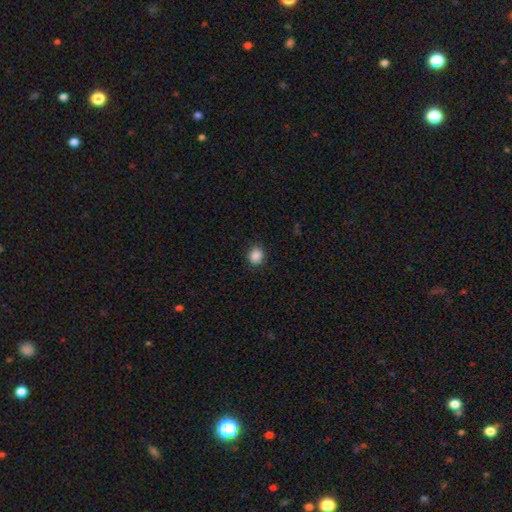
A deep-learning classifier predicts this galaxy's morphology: type=smooth (87%); roundness=round (80%); merging=none (86%).